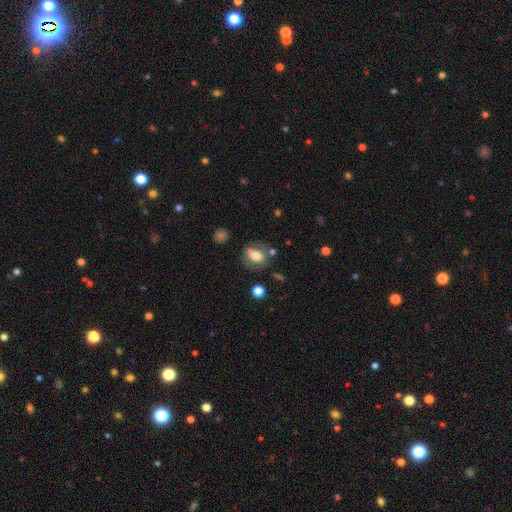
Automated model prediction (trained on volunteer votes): smooth_or_featured: smooth (p=0.58) [alt: featured or disk p=0.33]
how_rounded: in between (p=0.64) [alt: round p=0.33]
merging: none (p=0.68) [alt: minor disturbance p=0.18]